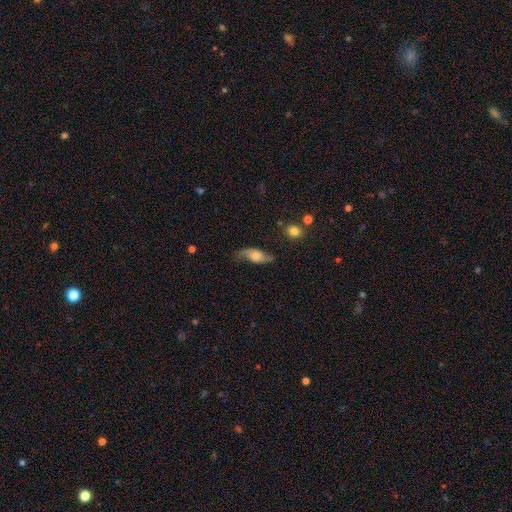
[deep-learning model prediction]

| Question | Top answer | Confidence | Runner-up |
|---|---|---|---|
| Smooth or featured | featured or disk | 53% | smooth (40%) |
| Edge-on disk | no | 79% | yes (21%) |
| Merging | none | 66% | minor disturbance (23%) |